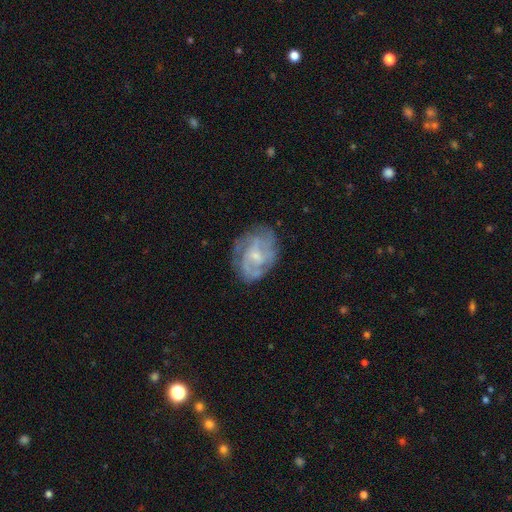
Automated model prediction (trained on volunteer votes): featured or disk 78%, smooth 15%, star or artifact 7%. Down the decision tree: edge-on disk — no (97%); bar — no (56%); spiral arms — yes (86%); spiral arm count — can't tell (36%); spiral winding — medium (42%, tied with tight); bulge size — small (64%); merging — none (69%).